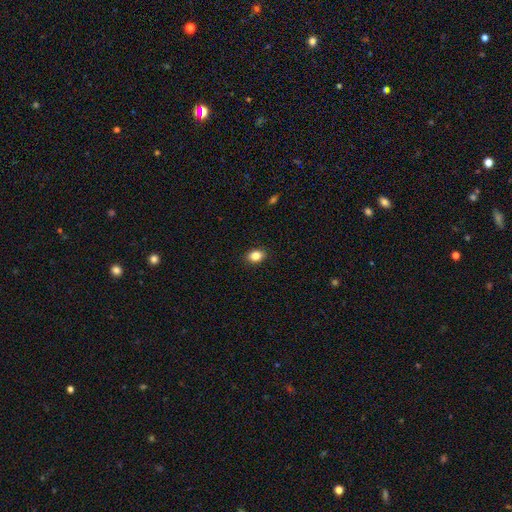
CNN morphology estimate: smooth_or_featured: smooth (p=0.85) [alt: star or artifact p=0.10]
how_rounded: in between (p=0.68) [alt: round p=0.30]
merging: none (p=0.89) [alt: minor disturbance p=0.08]